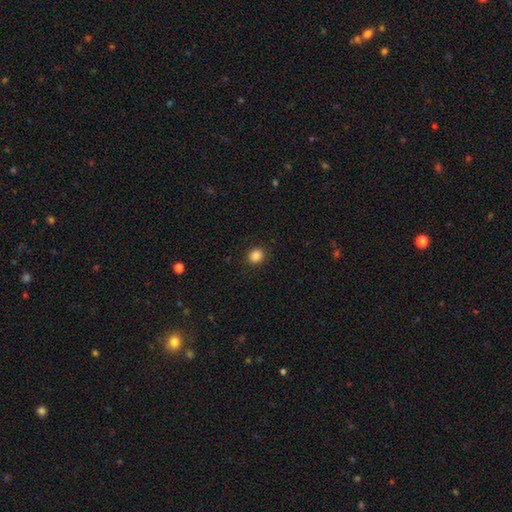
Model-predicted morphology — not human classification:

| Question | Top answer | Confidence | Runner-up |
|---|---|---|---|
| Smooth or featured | smooth | 87% | star or artifact (11%) |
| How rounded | round | 77% | in between (22%) |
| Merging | none | 91% | minor disturbance (6%) |